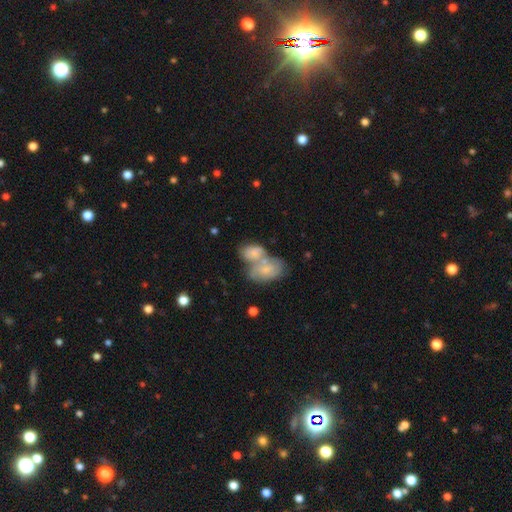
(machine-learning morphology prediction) This appears to be a smooth galaxy with no disk features (58%) that is in between round and cigar-shaped (84%). Merging: merger (69%).